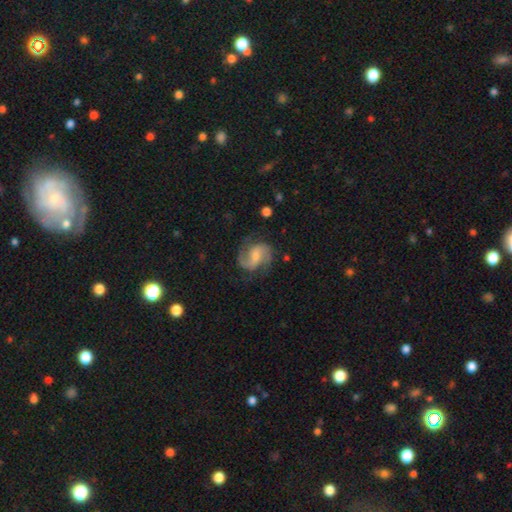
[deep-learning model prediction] This appears to be a featured or disk galaxy (87%) with a weak bar (49%), 2 (91%) medium (55%) spiral arms (97%) and a small central bulge (44%). Merging: none (78%).